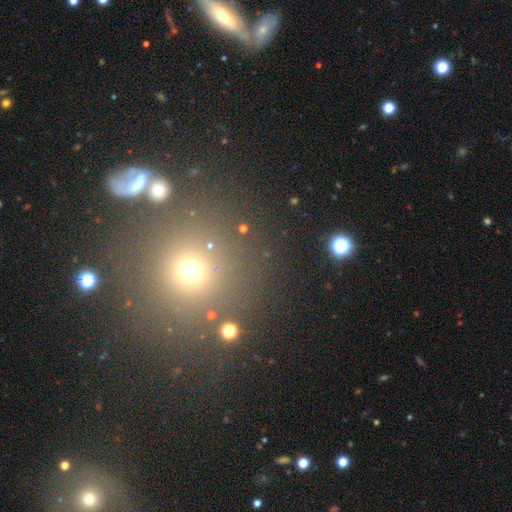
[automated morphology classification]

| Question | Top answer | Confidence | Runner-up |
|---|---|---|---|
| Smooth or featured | smooth | 50% | star or artifact (39%) |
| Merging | none | 81% | minor disturbance (8%) |